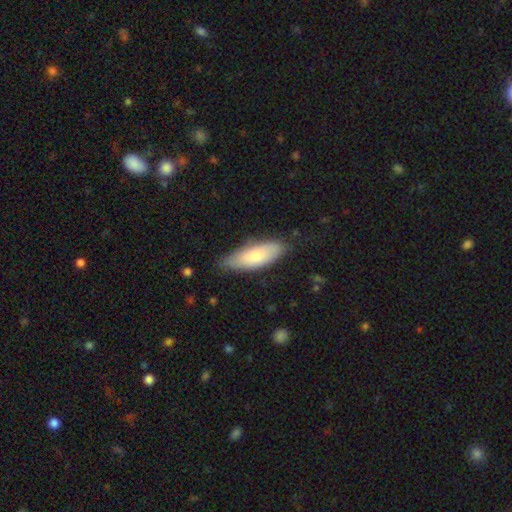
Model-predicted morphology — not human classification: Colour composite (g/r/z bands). It shows a smooth galaxy with no disk features (74%) that is in between round and cigar-shaped (70%). Merging: none (71%).